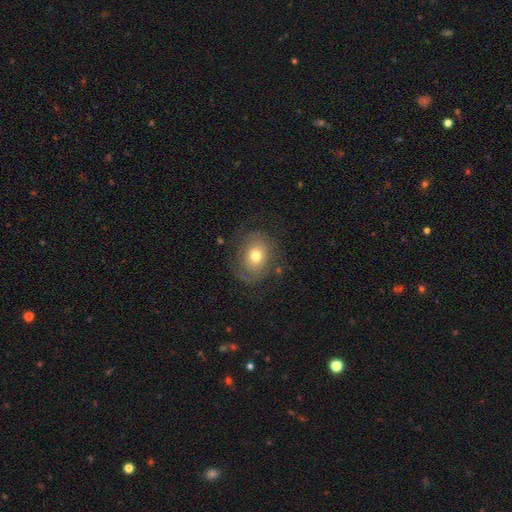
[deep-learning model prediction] Overall: featured or disk (56%; smooth 34%). Edge-on disk: no (96%). Bar: no (84%). Spiral arms: yes (76%). Bulge size: moderate (72%). Merging: none (69%).